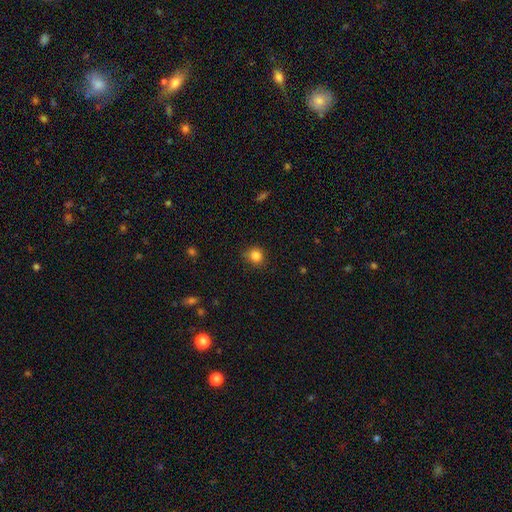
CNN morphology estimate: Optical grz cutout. It shows a smooth galaxy with no disk features (84%) that is round (86%). Merging: none (77%).